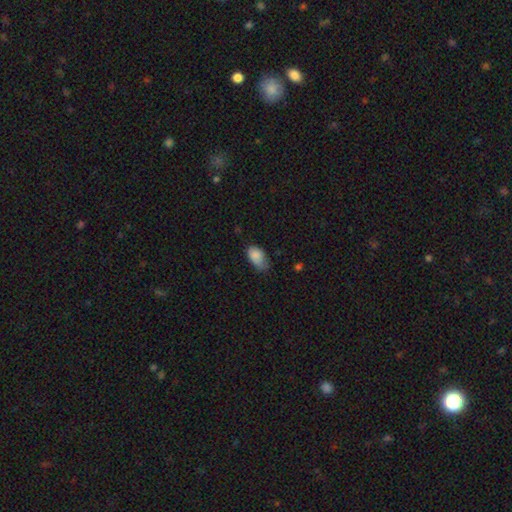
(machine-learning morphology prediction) A smooth galaxy with no disk features (84%) that is in between round and cigar-shaped (91%).

Vote fractions:
- Smooth or featured? smooth: 84% / star or artifact: 8% / featured or disk: 8%
- How rounded? in between: 91% / round: 7% / cigar-shaped: 2%
- Merging? minor disturbance: 44% / none: 41% / major disturbance: 13% / merger: 2%